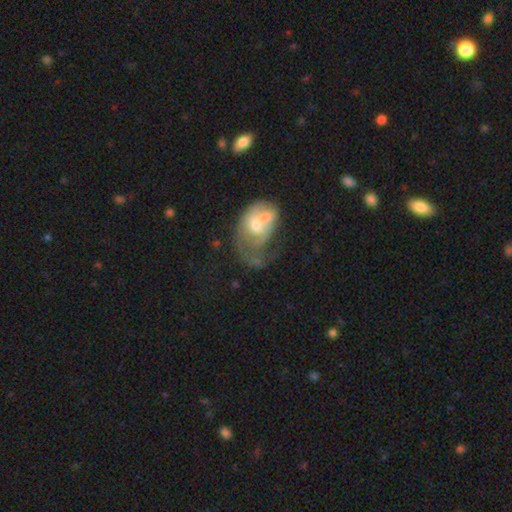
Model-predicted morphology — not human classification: Smooth or featured?
  - featured or disk: 55% *
  - smooth: 35%
  - star or artifact: 9%
Edge-on disk?
  - no: 96% *
  - yes: 4%
Bar?
  - no: 77% *
  - weak: 19%
  - strong: 4%
Spiral arms?
  - no: 57% *
  - yes: 43%
Bulge size?
  - moderate: 53% *
  - small: 37%
  - large: 5%
  - none: 4%
  - dominant: 1%
Merging?
  - major disturbance: 39% *
  - merger: 29%
  - none: 17%
  - minor disturbance: 15%